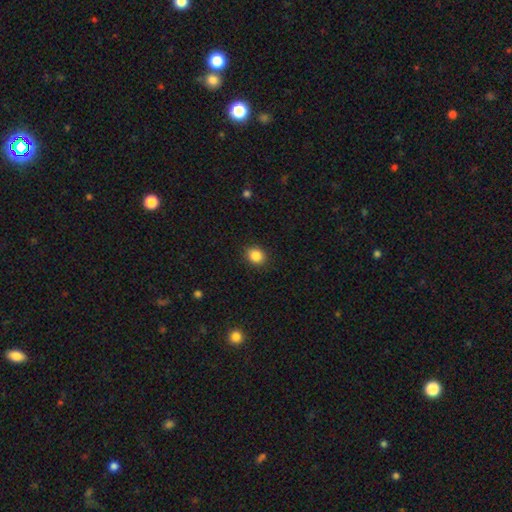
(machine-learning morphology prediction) Smooth or featured? Predicted: smooth (p=0.86). How rounded? Predicted: round (p=0.73). Merging? Predicted: none (p=0.88).